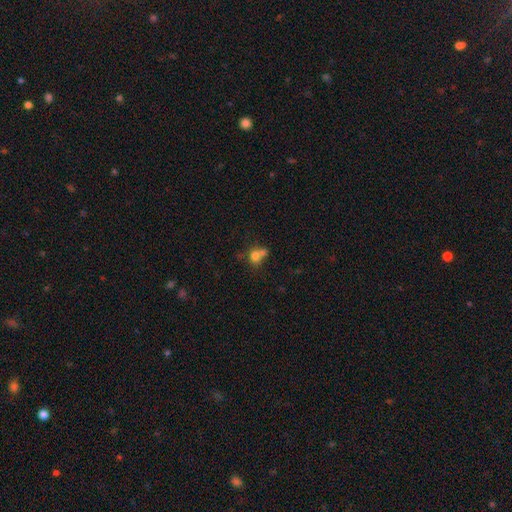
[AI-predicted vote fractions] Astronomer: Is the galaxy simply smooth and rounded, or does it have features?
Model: smooth — 73%.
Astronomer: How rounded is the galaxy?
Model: round — 72%.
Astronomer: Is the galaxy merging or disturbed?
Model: merger — 46% (runner-up: none, 36%).